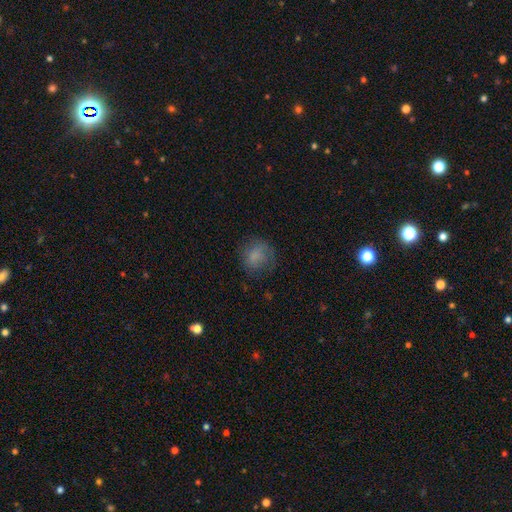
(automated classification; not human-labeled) This is likely a smooth galaxy (75%). How rounded: likely round (70%). Merging: likely none (63%).